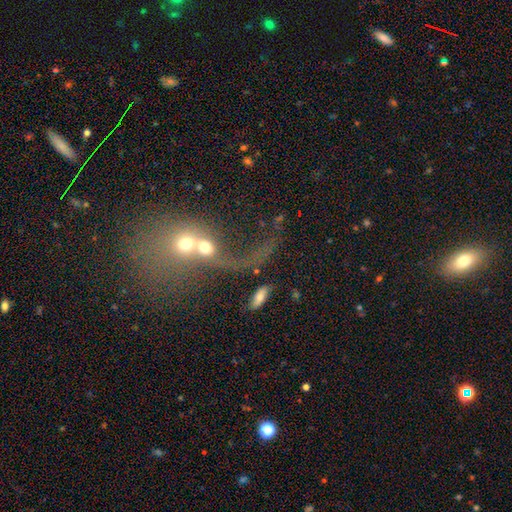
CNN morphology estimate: Smooth or featured: featured or disk — 46% (smooth — 33%)
Merging: merger — 64% (major disturbance — 18%)